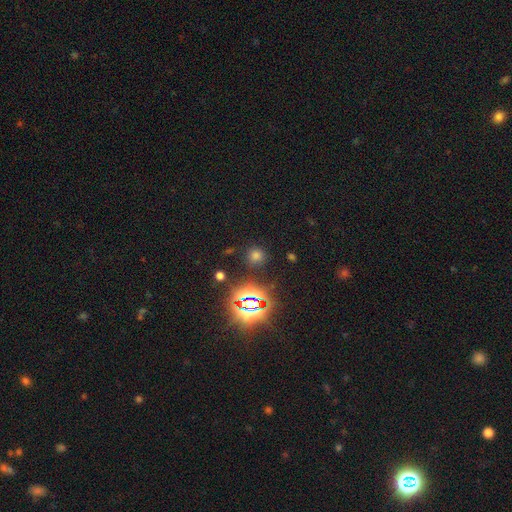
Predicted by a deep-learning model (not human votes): A smooth galaxy with no disk features (59%) that is round (88%).

Vote fractions:
- Smooth or featured? smooth: 59% / star or artifact: 35% / featured or disk: 7%
- How rounded? round: 88% / in between: 10% / cigar-shaped: 1%
- Merging? none: 85% / minor disturbance: 8% / major disturbance: 4% / merger: 3%